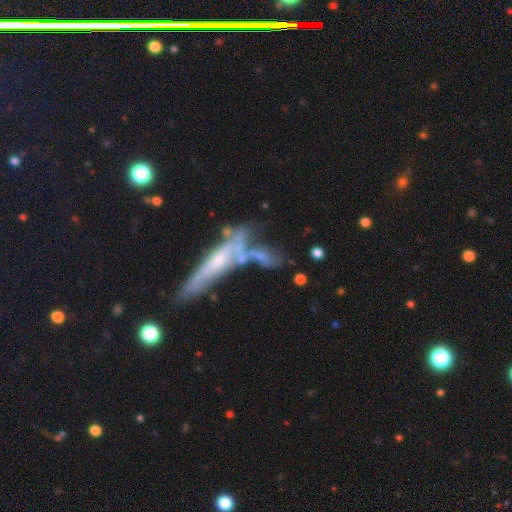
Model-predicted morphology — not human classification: smooth_or_featured: featured or disk (p=0.60) [alt: smooth p=0.32]
disk_edge_on: yes (p=0.64) [alt: no p=0.36]
merging: none (p=0.39) [alt: merger p=0.30]